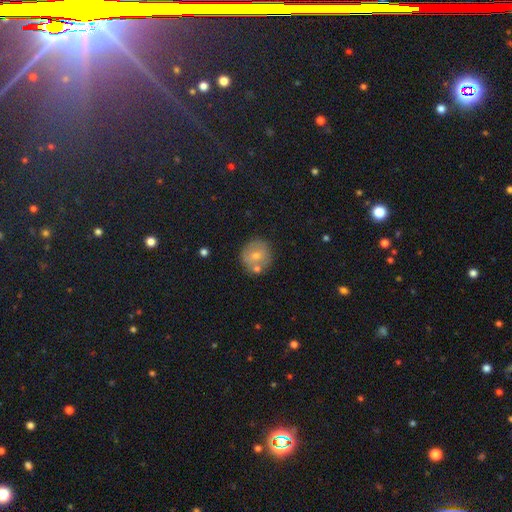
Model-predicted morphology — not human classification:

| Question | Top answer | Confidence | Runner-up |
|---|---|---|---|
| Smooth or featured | smooth | 59% | featured or disk (25%) |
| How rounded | round | 89% | in between (10%) |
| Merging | none | 74% | merger (13%) |